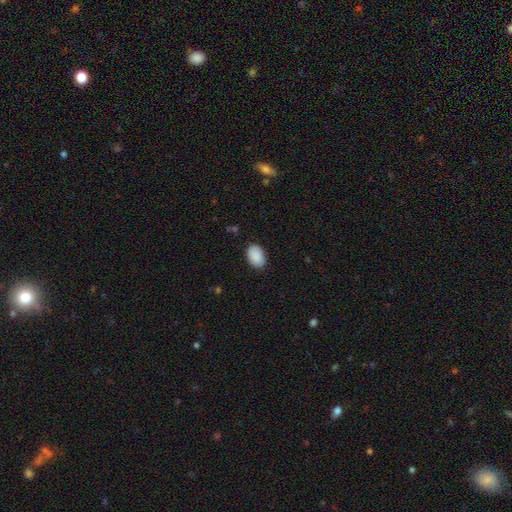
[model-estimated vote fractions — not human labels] Smooth or featured: smooth — 90% (star or artifact — 6%)
How rounded: in between — 87% (round — 12%)
Merging: none — 86% (minor disturbance — 11%)